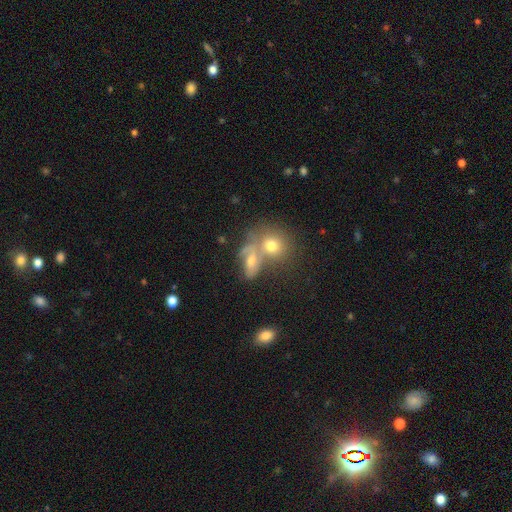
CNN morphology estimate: A smooth galaxy with no disk features (52%) that is round (54%).

Vote fractions:
- Smooth or featured? smooth: 52% / featured or disk: 30% / star or artifact: 18%
- How rounded? round: 54% / in between: 41% / cigar-shaped: 5%
- Merging? merger: 49% / none: 37% / minor disturbance: 9% / major disturbance: 5%